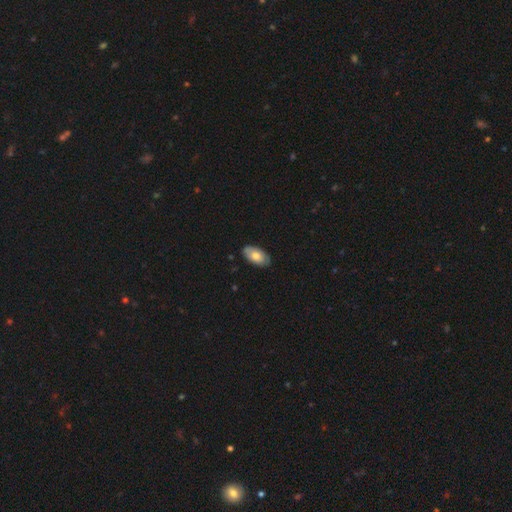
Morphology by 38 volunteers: Smooth or featured: smooth — 76% (featured or disk — 21%)
How rounded: in between — 100%
Merging: none — 86% (minor disturbance — 8%)